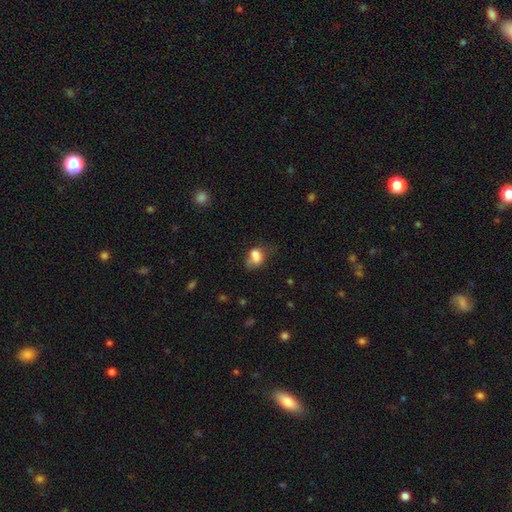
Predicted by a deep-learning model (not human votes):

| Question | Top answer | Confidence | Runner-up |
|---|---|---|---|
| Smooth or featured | smooth | 73% | featured or disk (15%) |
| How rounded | in between | 68% | round (31%) |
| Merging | none | 32% | minor disturbance (27%) |